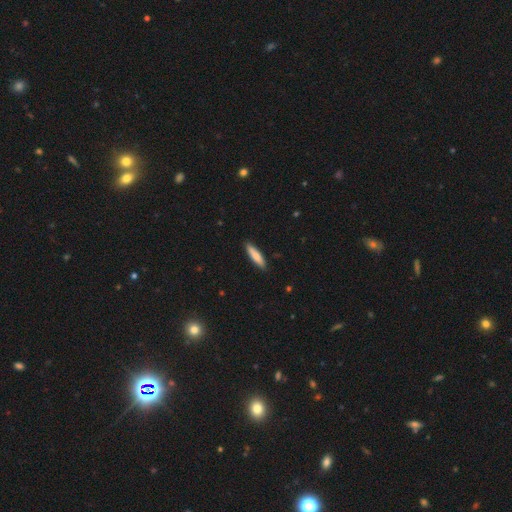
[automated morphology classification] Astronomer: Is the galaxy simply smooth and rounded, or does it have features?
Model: smooth — 77%.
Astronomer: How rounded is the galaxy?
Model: cigar-shaped — 79%.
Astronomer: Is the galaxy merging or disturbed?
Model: none — 88%.